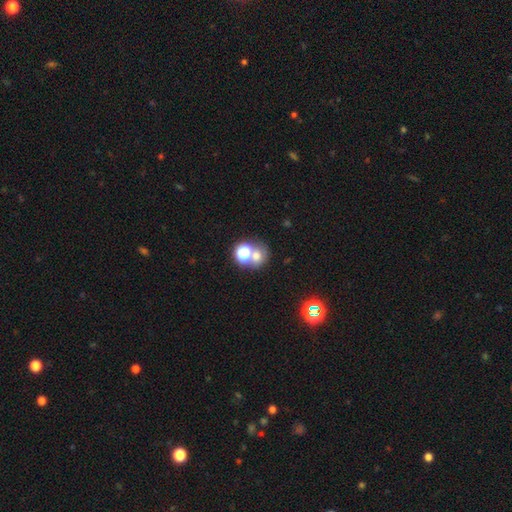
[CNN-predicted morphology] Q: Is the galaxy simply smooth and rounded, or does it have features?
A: smooth — 62%.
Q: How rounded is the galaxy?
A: round — 70%.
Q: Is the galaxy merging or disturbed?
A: none — 44%.